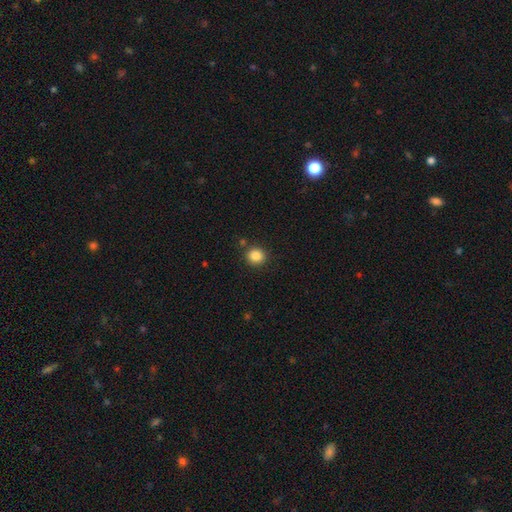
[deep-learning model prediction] This is clearly a smooth galaxy (85%). How rounded: clearly round (89%). Merging: clearly none (86%).